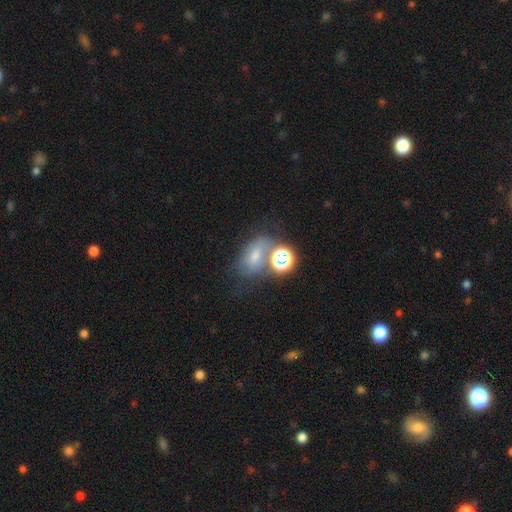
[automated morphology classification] smooth-or-featured: smooth: 58% | star or artifact: 22% | featured or disk: 20%
  how-rounded: in between: 71% | round: 26% | cigar-shaped: 3%
  merging: none: 42% | merger: 27% | minor disturbance: 18% | major disturbance: 13%